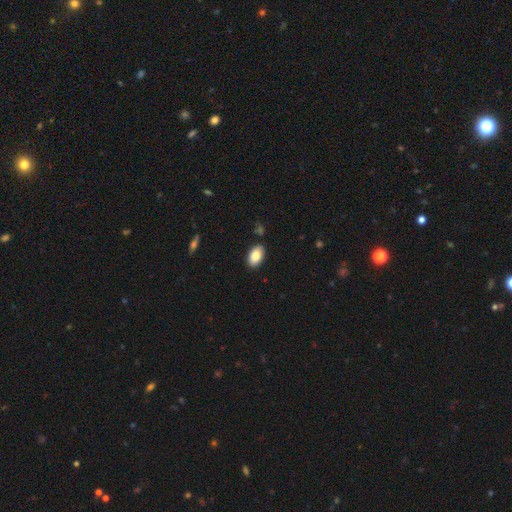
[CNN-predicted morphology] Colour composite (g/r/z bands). It shows a smooth galaxy with no disk features (84%) that is in between round and cigar-shaped (94%). Merging: none (88%).